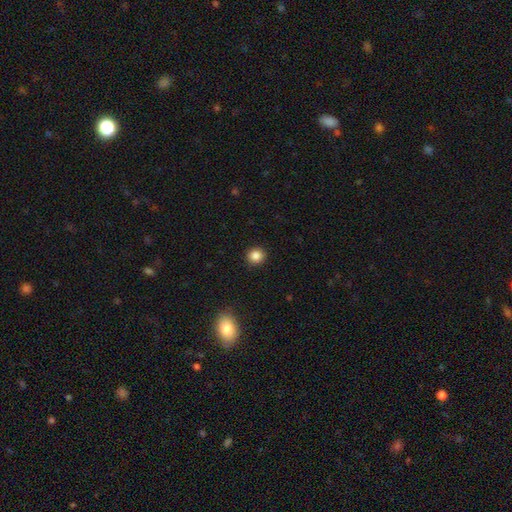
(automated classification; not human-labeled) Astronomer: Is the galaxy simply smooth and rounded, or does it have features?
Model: smooth — 85%.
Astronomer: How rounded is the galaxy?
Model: round — 86%.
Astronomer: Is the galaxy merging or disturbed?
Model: none — 90%.